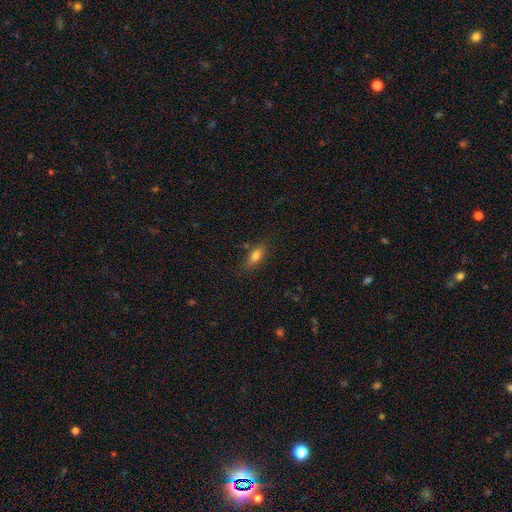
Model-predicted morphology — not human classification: Overall: smooth (76%). How rounded: in between (76%). Merging: none (80%).